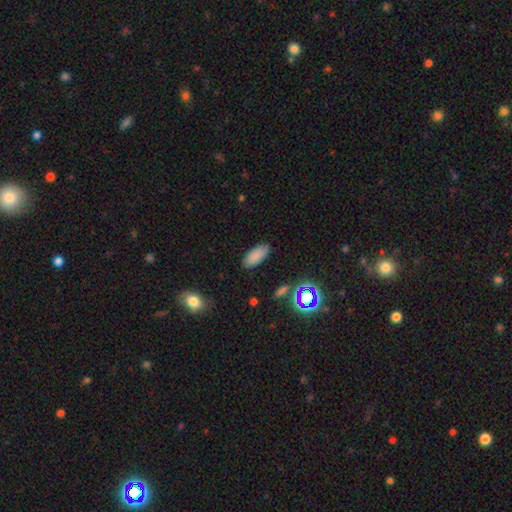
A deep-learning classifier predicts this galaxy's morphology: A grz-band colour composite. It shows a smooth galaxy with no disk features (83%) that is in between round and cigar-shaped (86%). Merging: none (86%).